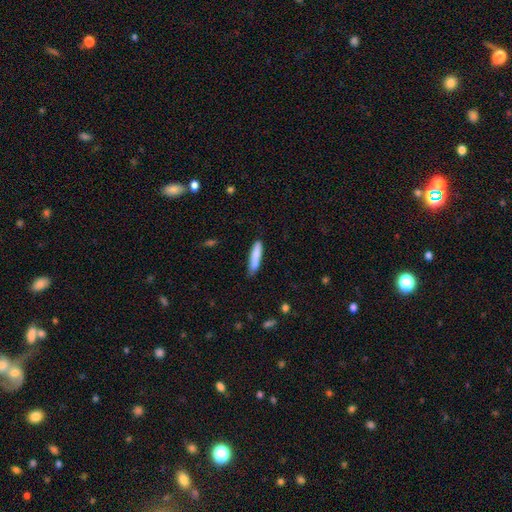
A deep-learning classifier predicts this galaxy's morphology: Smooth or featured? Predicted: smooth (p=0.82). How rounded? Predicted: cigar-shaped (p=0.85). Merging? Predicted: none (p=0.76).